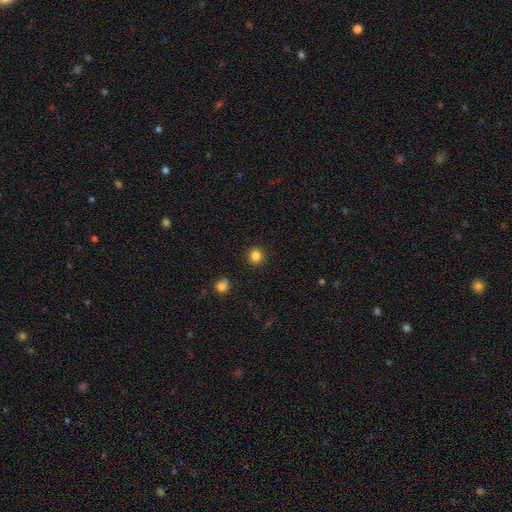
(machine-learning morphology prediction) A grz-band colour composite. It shows a smooth galaxy with no disk features (85%) that is round (91%). Merging: none (91%).